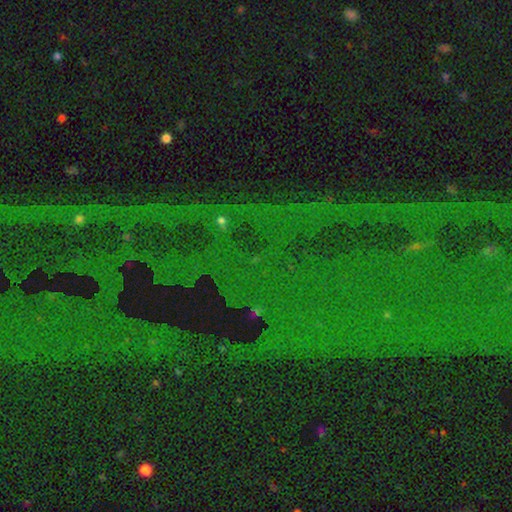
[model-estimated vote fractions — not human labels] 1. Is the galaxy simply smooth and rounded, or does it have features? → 82% star or artifact, 10% featured or disk, 8% smooth.